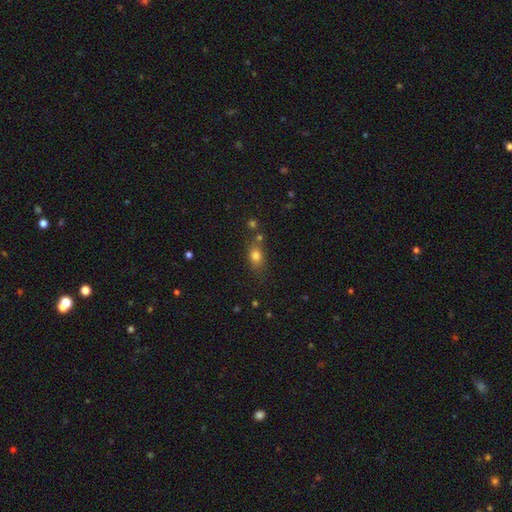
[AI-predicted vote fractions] Smooth or featured: smooth — 78% (star or artifact — 13%)
How rounded: in between — 65% (round — 30%)
Merging: none — 66% (minor disturbance — 16%)